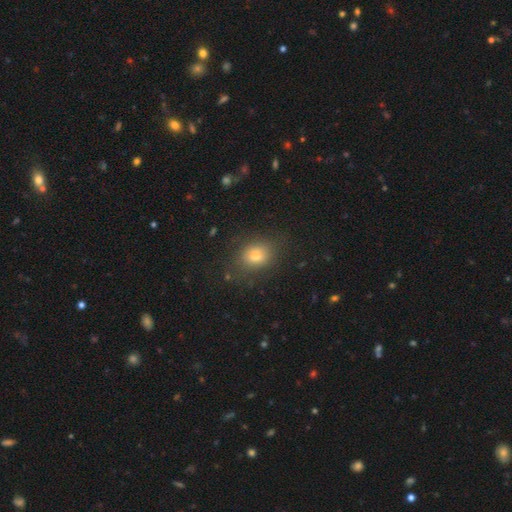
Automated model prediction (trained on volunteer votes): The model was most divided on "how rounded": in between: 57%, round: 42%, cigar-shaped: 1%. More confident: merging — none (78%); smooth or featured — smooth (77%).